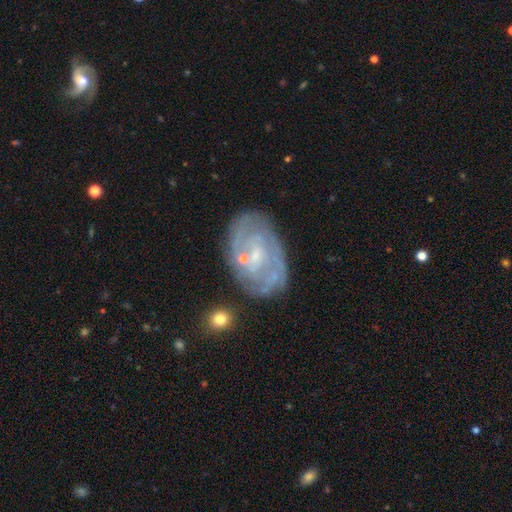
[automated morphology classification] smooth-or-featured: featured or disk: 78% | smooth: 15% | star or artifact: 7%
  disk-edge-on: no: 96% | yes: 4%
    bar: weak: 45% | no: 44% | strong: 11%
    has-spiral-arms: yes: 84% | no: 16%
      spiral-winding: tight: 60% | medium: 30% | loose: 10%
      spiral-arm-count: can't tell: 43% | 2: 31% | 3: 11% | 4: 6% | 1: 5% | more than 4: 4%
    bulge-size: small: 75% | moderate: 16% | none: 7% | large: 1% | dominant: 1%
  merging: none: 68% | minor disturbance: 19% | major disturbance: 7% | merger: 6%